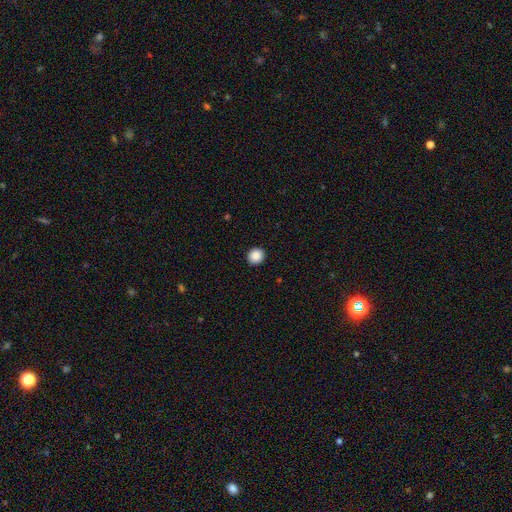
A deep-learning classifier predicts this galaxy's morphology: smooth-or-featured: smooth: 89% | star or artifact: 9% | featured or disk: 2%
  how-rounded: round: 88% | in between: 11% | cigar-shaped: 1%
  merging: none: 93% | minor disturbance: 5% | major disturbance: 2% | merger: 1%